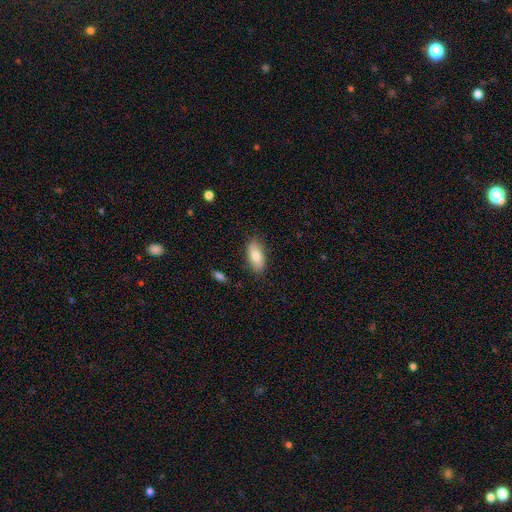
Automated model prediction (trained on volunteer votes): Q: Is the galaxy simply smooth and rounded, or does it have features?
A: smooth — 80%.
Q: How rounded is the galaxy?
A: in between — 89%.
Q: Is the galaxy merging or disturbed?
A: none — 84%.